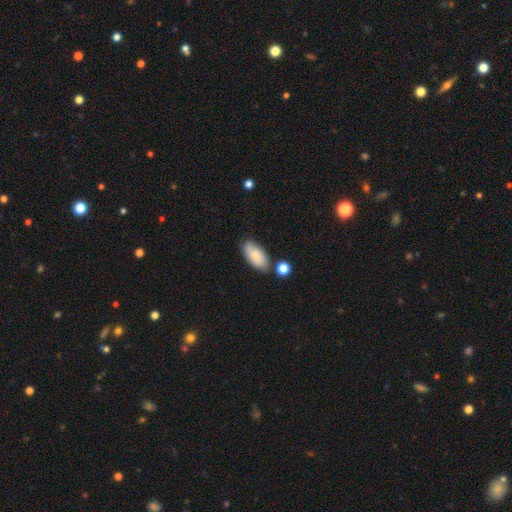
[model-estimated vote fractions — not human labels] smooth 73%, featured or disk 20%, star or artifact 7%. Down the decision tree: how rounded — in between (92%); merging — none (69%).